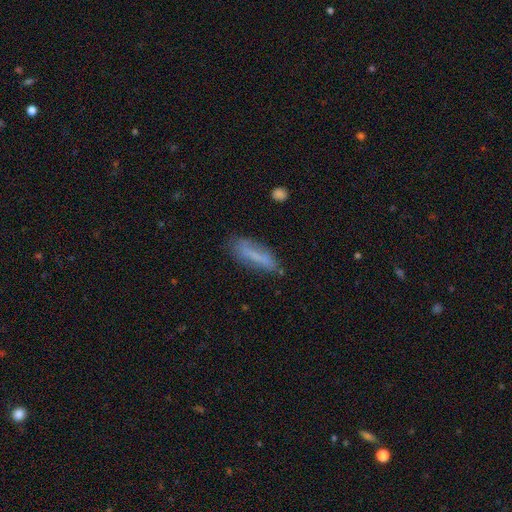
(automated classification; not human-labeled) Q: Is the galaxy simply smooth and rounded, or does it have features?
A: smooth — 64%.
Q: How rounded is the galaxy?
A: cigar-shaped — 60%.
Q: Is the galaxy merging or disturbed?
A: none — 66%.